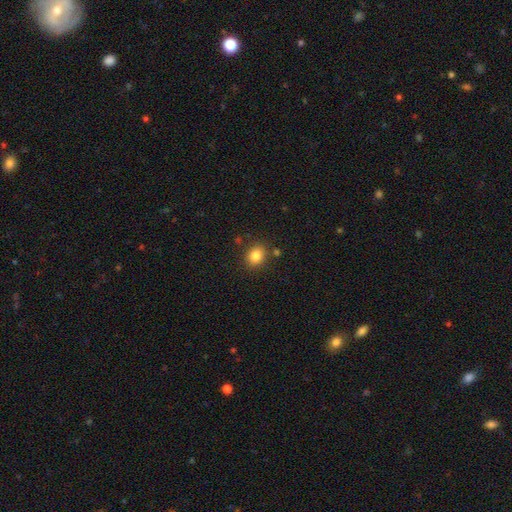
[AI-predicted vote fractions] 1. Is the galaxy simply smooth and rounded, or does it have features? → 84% smooth, 10% star or artifact, 6% featured or disk.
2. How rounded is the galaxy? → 55% round, 44% in between, 1% cigar-shaped.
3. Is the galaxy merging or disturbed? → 82% none, 10% minor disturbance, 5% merger, 3% major disturbance.